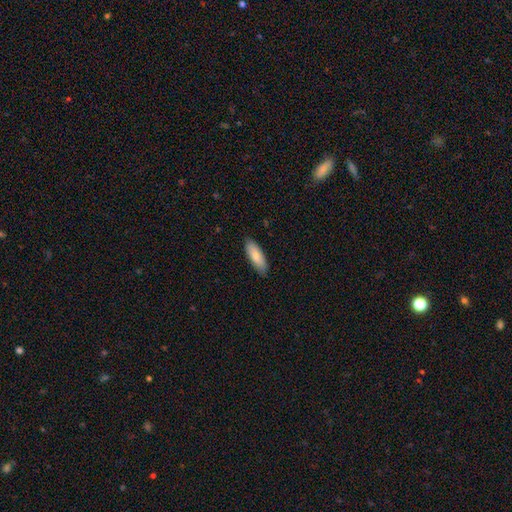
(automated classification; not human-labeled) Smooth or featured?
  - smooth: 80% *
  - featured or disk: 14%
  - star or artifact: 6%
How rounded?
  - in between: 66% *
  - cigar-shaped: 32%
  - round: 2%
Merging?
  - none: 87% *
  - minor disturbance: 11%
  - major disturbance: 2%
  - merger: 1%